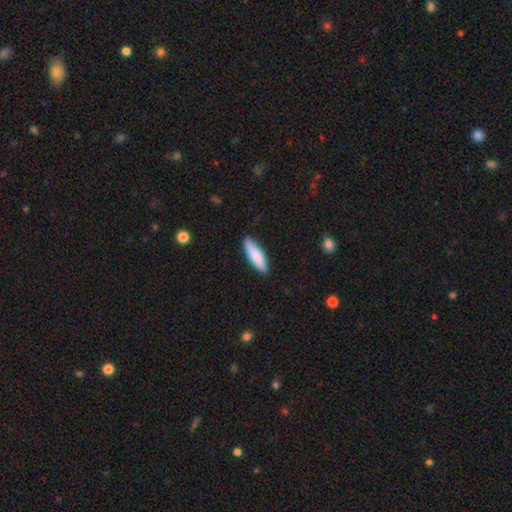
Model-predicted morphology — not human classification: Overall: smooth (86%). How rounded: cigar-shaped (56%; in between 43%). Merging: none (88%).